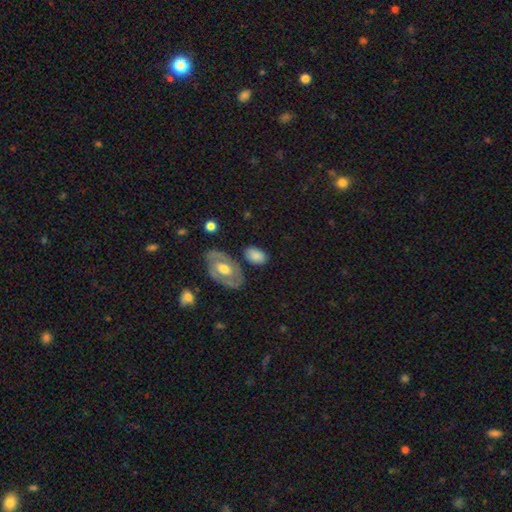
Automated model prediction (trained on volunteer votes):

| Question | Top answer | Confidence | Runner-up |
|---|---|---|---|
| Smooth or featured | smooth | 74% | featured or disk (19%) |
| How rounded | in between | 86% | round (13%) |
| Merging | none | 70% | minor disturbance (18%) |